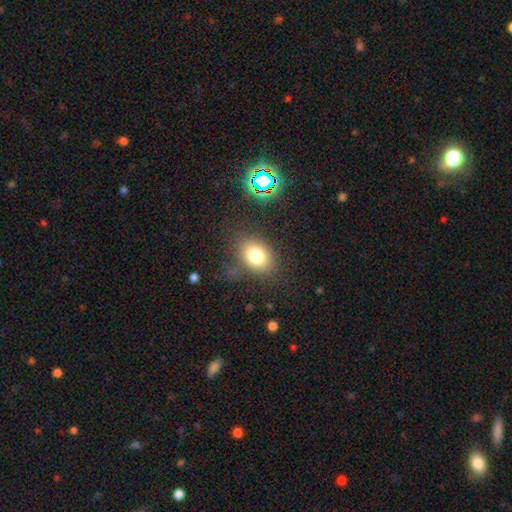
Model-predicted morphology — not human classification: smooth_or_featured: smooth (p=0.76) [alt: star or artifact p=0.13]
how_rounded: in between (p=0.70) [alt: round p=0.29]
merging: none (p=0.75) [alt: minor disturbance p=0.16]